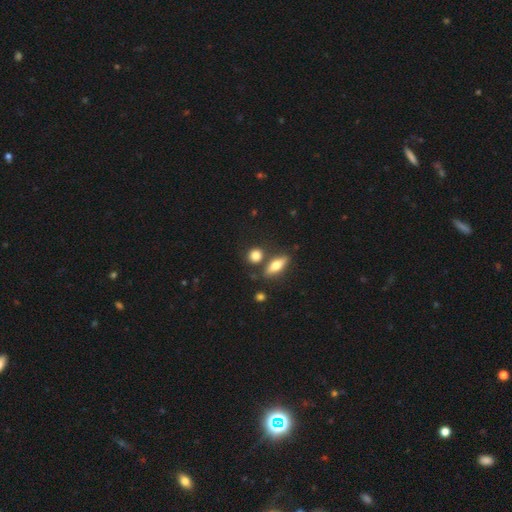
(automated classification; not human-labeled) Overall: smooth (80%). How rounded: round (70%). Merging: none (73%).